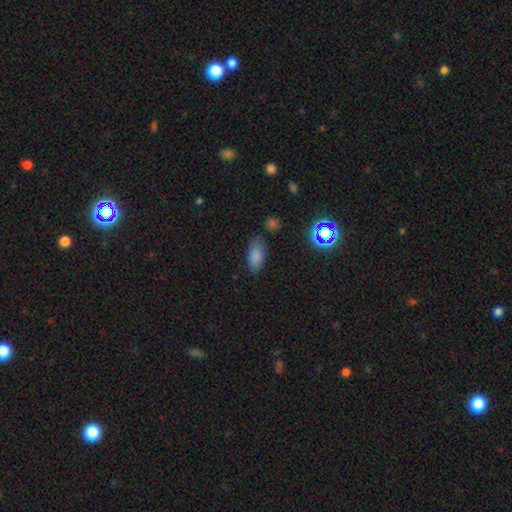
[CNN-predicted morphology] type=smooth (80%); roundness=in between (90%); merging=none (78%).